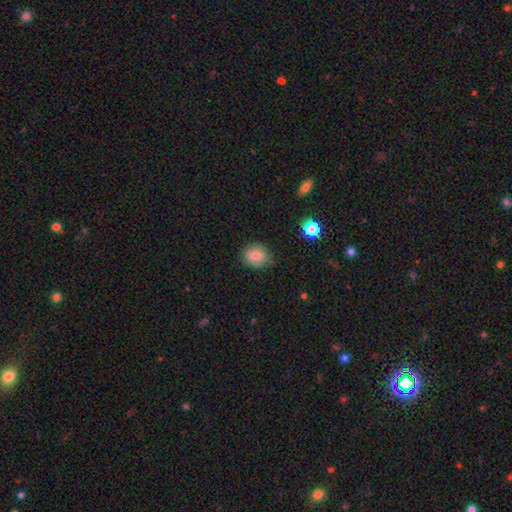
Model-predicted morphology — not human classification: Smooth or featured?
  - smooth: 82% *
  - star or artifact: 9%
  - featured or disk: 8%
How rounded?
  - round: 70% *
  - in between: 29%
  - cigar-shaped: 1%
Merging?
  - none: 78% *
  - minor disturbance: 17%
  - major disturbance: 4%
  - merger: 1%